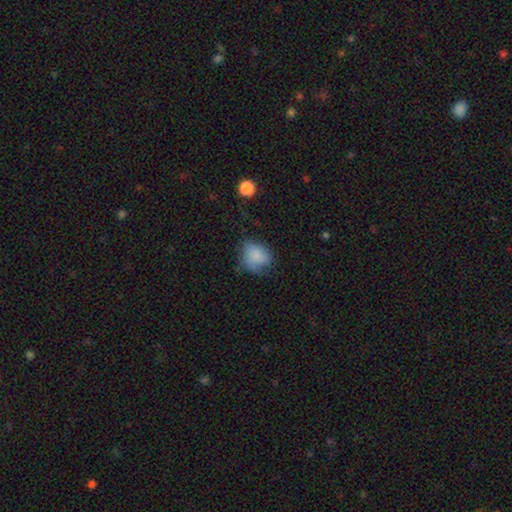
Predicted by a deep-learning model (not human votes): smooth_or_featured: smooth (p=0.76) [alt: featured or disk p=0.15]
how_rounded: round (p=0.56) [alt: in between p=0.43]
merging: none (p=0.50) [alt: minor disturbance p=0.31]